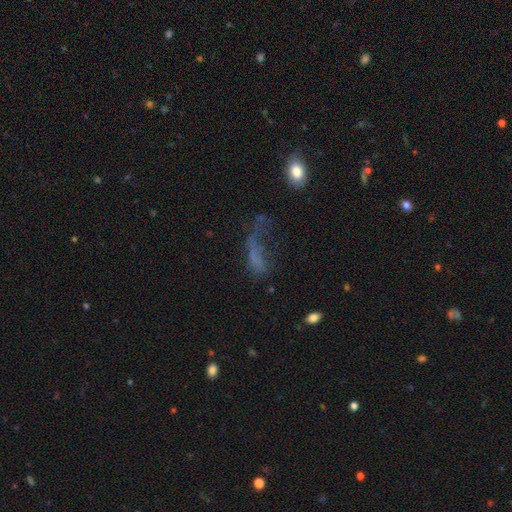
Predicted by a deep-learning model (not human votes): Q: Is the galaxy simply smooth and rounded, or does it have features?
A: smooth — 44%.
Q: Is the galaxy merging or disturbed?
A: major disturbance — 53%.